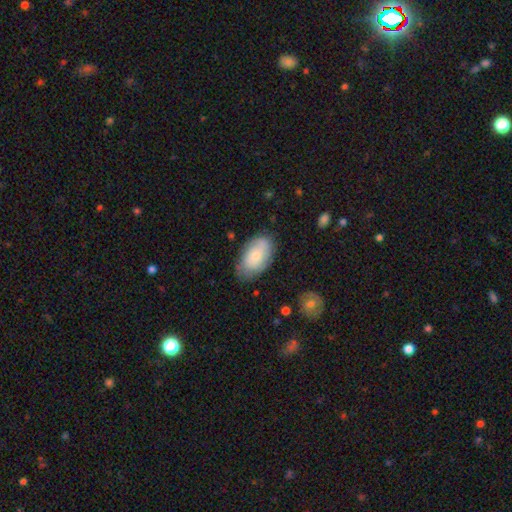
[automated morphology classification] Smooth or featured: smooth — 68% (featured or disk — 26%)
How rounded: in between — 93% (round — 5%)
Merging: none — 71% (minor disturbance — 22%)